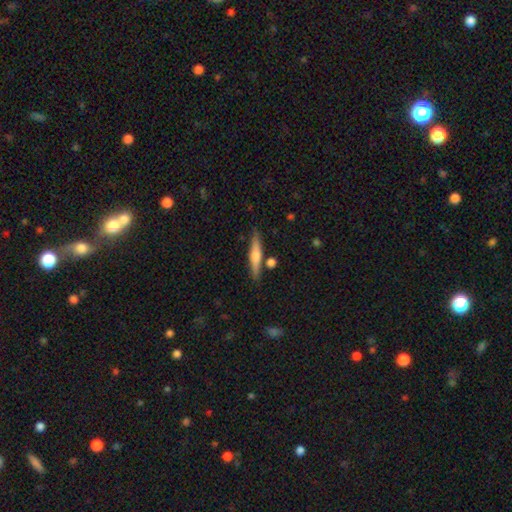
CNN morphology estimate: Q: Smooth or featured?
A: featured or disk (48%); runner-up: smooth (46%)
Q: Merging?
A: none (84%); runner-up: minor disturbance (9%)